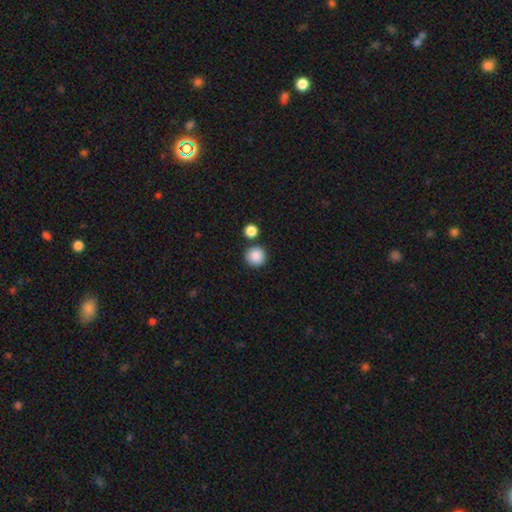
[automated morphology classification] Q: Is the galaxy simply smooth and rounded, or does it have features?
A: smooth — 87%.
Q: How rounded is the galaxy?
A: round — 95%.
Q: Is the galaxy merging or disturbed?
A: none — 83%.